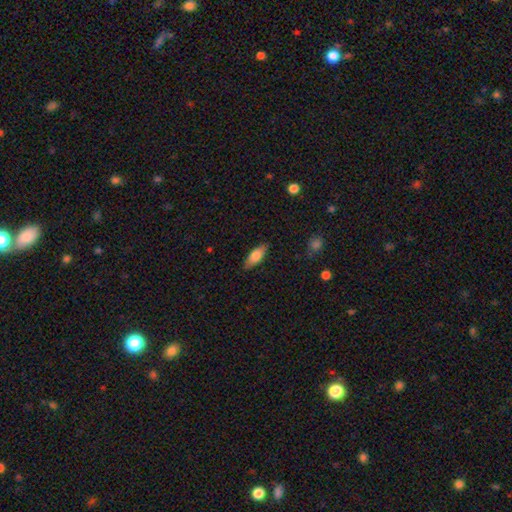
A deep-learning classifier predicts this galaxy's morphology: A smooth galaxy with no disk features (75%) that is in between round and cigar-shaped (71%). Merging: none (85%).